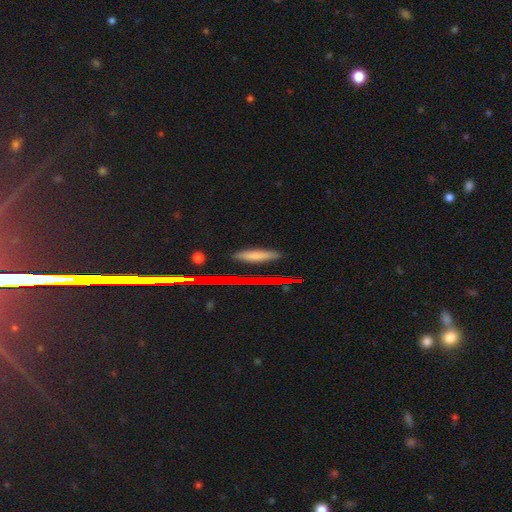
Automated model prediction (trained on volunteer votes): Smooth or featured?
  - smooth: 61% *
  - featured or disk: 22%
  - star or artifact: 17%
How rounded?
  - cigar-shaped: 74% *
  - in between: 22%
  - round: 4%
Merging?
  - none: 87% *
  - minor disturbance: 9%
  - major disturbance: 2%
  - merger: 2%